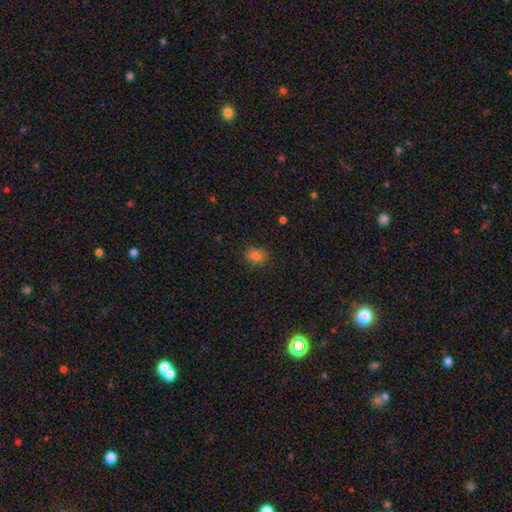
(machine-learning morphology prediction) Q: Smooth or featured?
A: smooth (79%); runner-up: star or artifact (17%)
Q: How rounded?
A: round (52%); runner-up: in between (47%)
Q: Merging?
A: none (85%); runner-up: minor disturbance (11%)